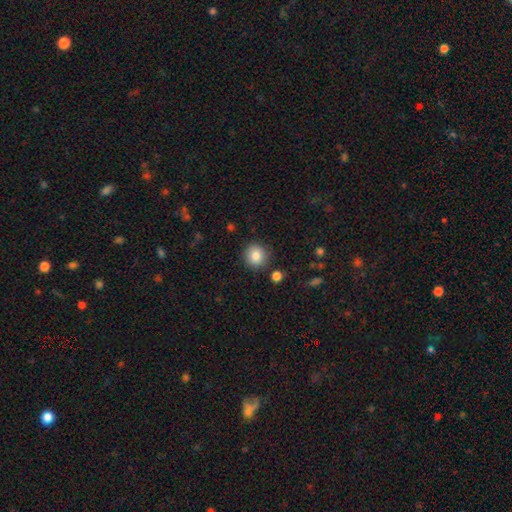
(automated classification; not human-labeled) A smooth galaxy with no disk features (85%) that is round (90%).

Vote fractions:
- Smooth or featured? smooth: 85% / star or artifact: 9% / featured or disk: 6%
- How rounded? round: 90% / in between: 9% / cigar-shaped: 1%
- Merging? none: 87% / minor disturbance: 8% / merger: 3% / major disturbance: 2%